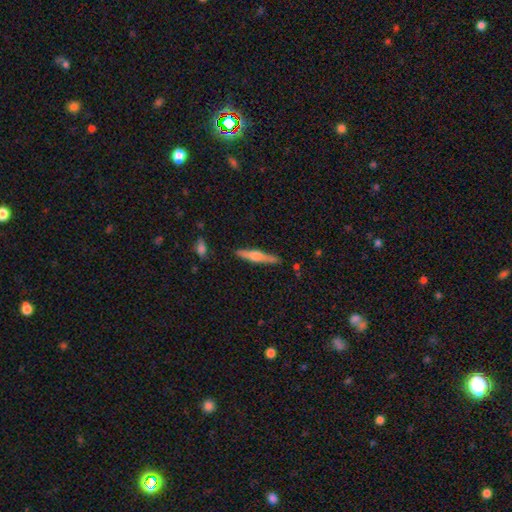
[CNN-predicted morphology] Smooth or featured? featured or disk (62%)
Edge-on disk? yes (97%)
Edge-on bulge? rounded (87%)
Merging? none (87%)